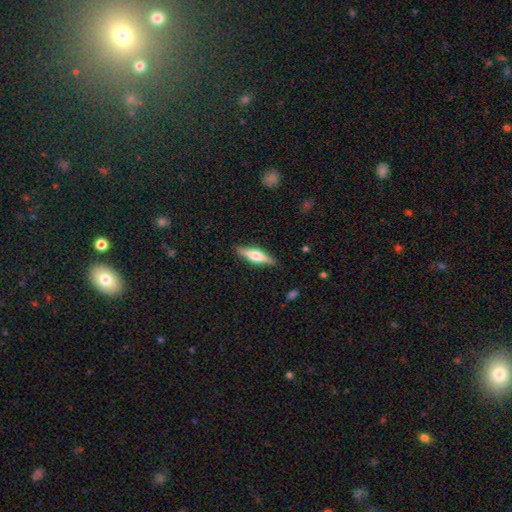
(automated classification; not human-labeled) smooth_or_featured: featured or disk (p=0.56) [alt: smooth p=0.37]
disk_edge_on: yes (p=0.95) [alt: no p=0.05]
edge_on_bulge: rounded (p=0.85) [alt: boxy p=0.12]
merging: none (p=0.86) [alt: minor disturbance p=0.10]